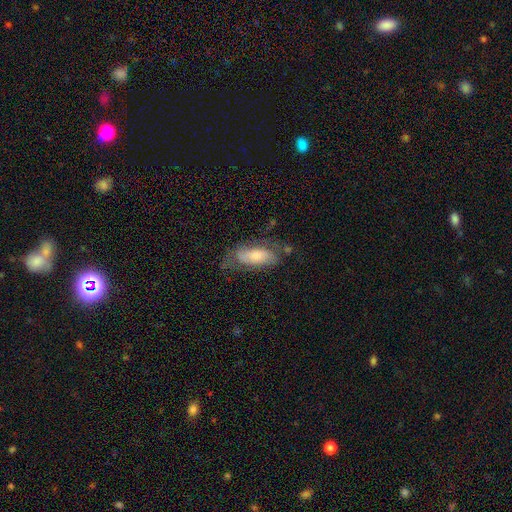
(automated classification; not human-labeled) The model was most divided on "smooth or featured": smooth: 53%, featured or disk: 40%, star or artifact: 7%. More confident: how rounded — in between (81%); merging — none (51%).